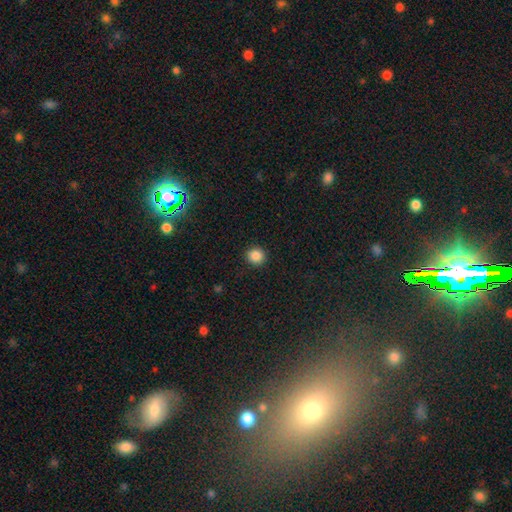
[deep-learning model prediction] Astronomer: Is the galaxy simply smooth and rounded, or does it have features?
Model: smooth — 86%.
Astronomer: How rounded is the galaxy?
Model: round — 92%.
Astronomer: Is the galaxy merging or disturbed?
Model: none — 92%.